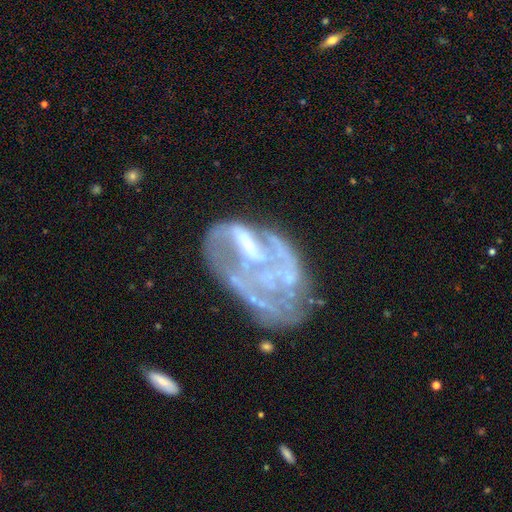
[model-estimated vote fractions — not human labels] This appears to be a featured or disk galaxy (72%) with no bar (69%), no spiral arms (63%) and no central bulge (54%). Merging: major disturbance (38%).